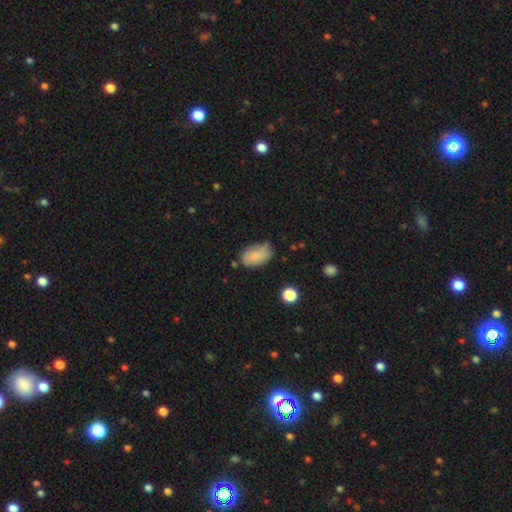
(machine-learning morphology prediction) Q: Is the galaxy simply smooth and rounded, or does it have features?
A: smooth — 83%.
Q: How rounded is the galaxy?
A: in between — 92%.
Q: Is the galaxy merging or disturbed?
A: none — 62%.